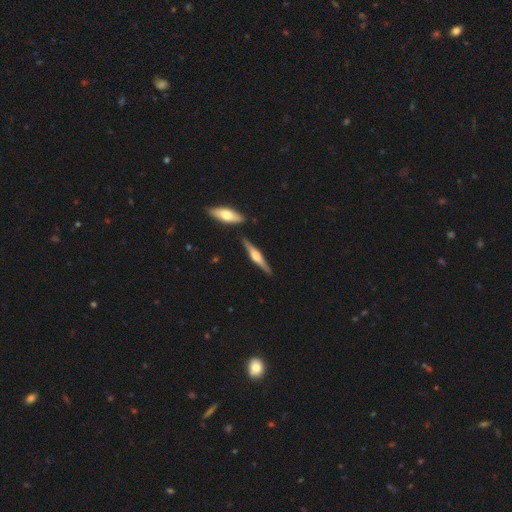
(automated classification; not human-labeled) smooth_or_featured: featured or disk (p=0.68) [alt: smooth p=0.27]
disk_edge_on: yes (p=0.97) [alt: no p=0.03]
edge_on_bulge: rounded (p=0.87) [alt: boxy p=0.09]
merging: none (p=0.86) [alt: minor disturbance p=0.08]